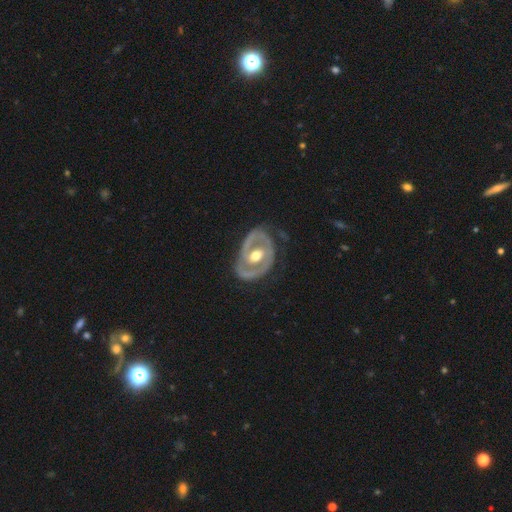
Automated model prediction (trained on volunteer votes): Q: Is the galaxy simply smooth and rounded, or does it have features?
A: featured or disk — 80%.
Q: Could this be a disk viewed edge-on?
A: no — 95%.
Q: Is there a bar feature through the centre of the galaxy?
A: no — 54%.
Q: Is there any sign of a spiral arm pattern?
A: yes — 61%.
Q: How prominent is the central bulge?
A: moderate — 77%.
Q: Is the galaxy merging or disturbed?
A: none — 69%.